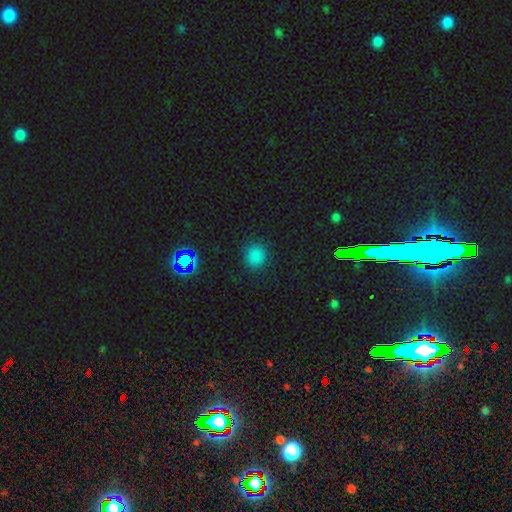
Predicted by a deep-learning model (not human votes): Smooth or featured?
  - smooth: 80% *
  - star or artifact: 17%
  - featured or disk: 4%
How rounded?
  - round: 86% *
  - in between: 13%
  - cigar-shaped: 1%
Merging?
  - none: 89% *
  - minor disturbance: 8%
  - major disturbance: 3%
  - merger: 1%